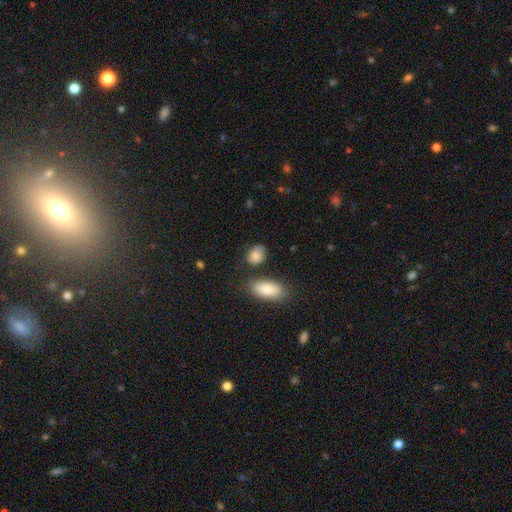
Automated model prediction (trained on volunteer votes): Overall: smooth (85%). How rounded: in between (55%; round 43%). Merging: none (69%).